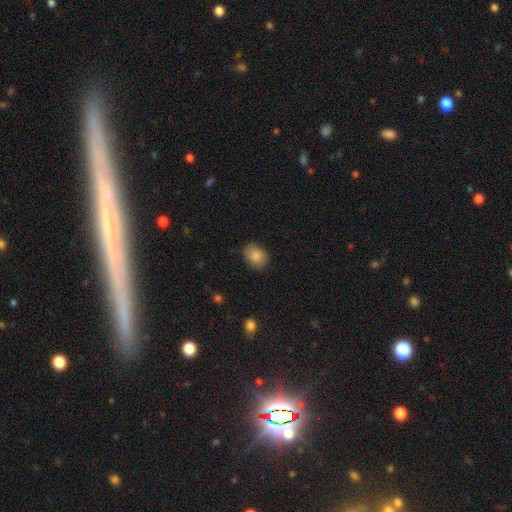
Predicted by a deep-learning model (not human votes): Q: Smooth or featured?
A: smooth (85%); runner-up: star or artifact (8%)
Q: How rounded?
A: in between (51%); runner-up: round (48%)
Q: Merging?
A: none (79%); runner-up: minor disturbance (16%)